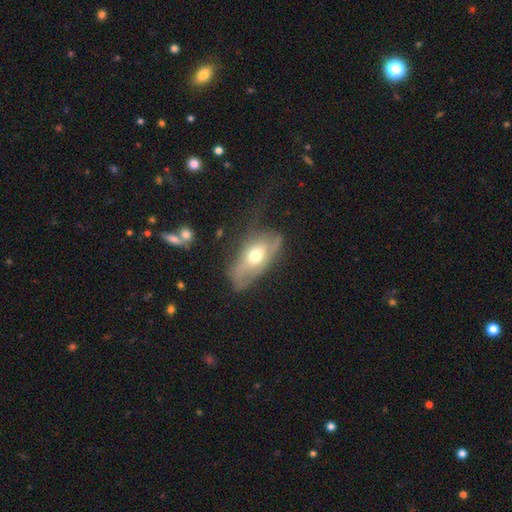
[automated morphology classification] type=featured or disk (49%); merging=none (41%).